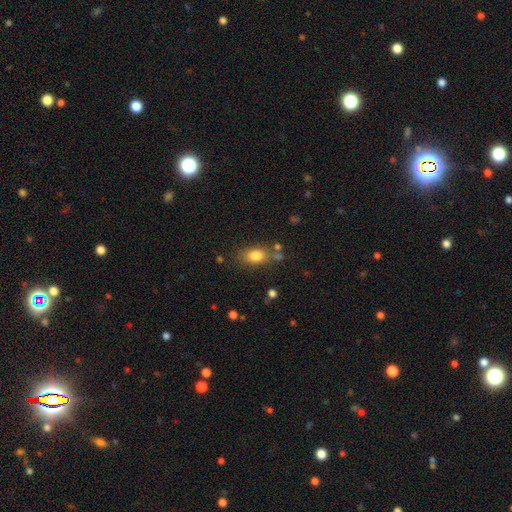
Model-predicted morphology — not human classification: A smooth galaxy with no disk features (81%) that is in between round and cigar-shaped (78%). Merging: none (69%).